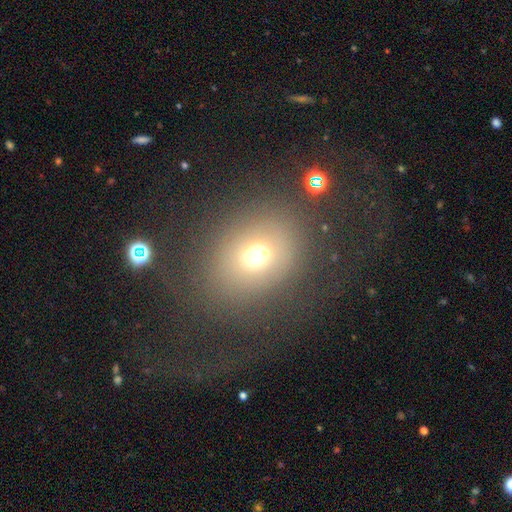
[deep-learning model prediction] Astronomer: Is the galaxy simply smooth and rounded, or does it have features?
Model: smooth — 65%.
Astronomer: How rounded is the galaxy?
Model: round — 59% (runner-up: in between, 39%).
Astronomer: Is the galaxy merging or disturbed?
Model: none — 60%.